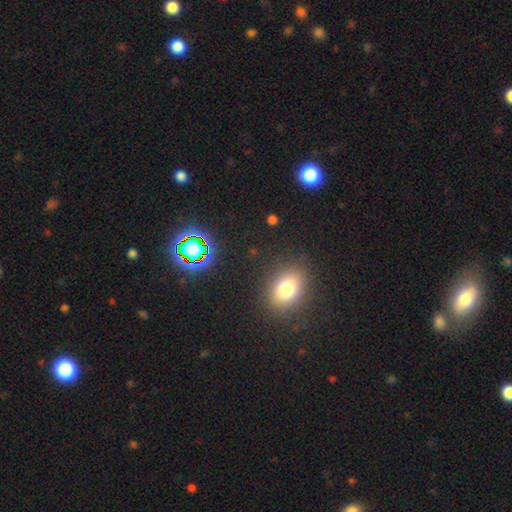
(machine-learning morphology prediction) smooth_or_featured: smooth (p=0.61) [alt: star or artifact p=0.30]
how_rounded: in between (p=0.53) [alt: round p=0.45]
merging: none (p=0.90) [alt: minor disturbance p=0.06]